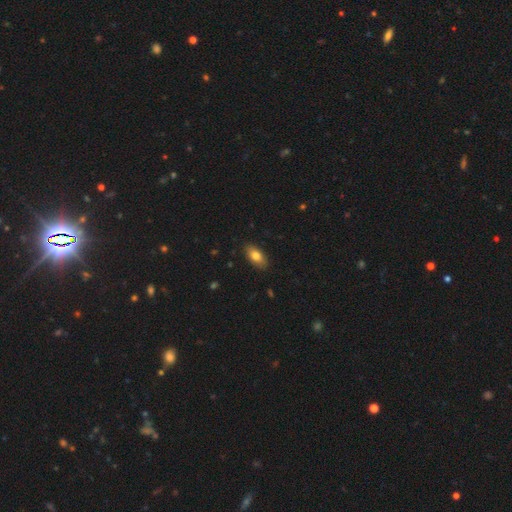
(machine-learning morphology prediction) Q: Smooth or featured?
A: smooth (80%); runner-up: featured or disk (13%)
Q: How rounded?
A: in between (89%); runner-up: cigar-shaped (6%)
Q: Merging?
A: none (87%); runner-up: minor disturbance (10%)